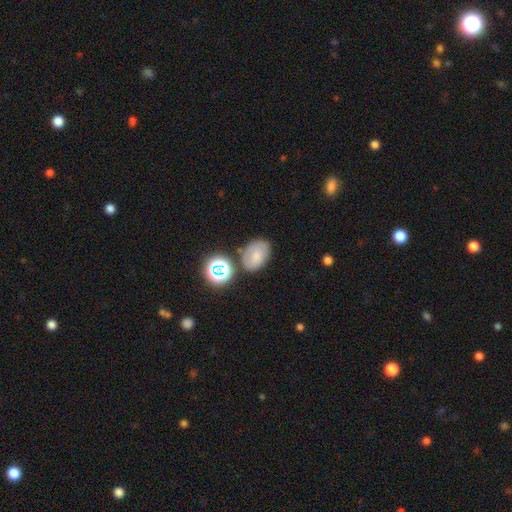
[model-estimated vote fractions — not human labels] The model was most divided on "merging": none: 67%, minor disturbance: 19%, merger: 9%, major disturbance: 5%. More confident: how rounded — in between (76%); smooth or featured — smooth (69%).